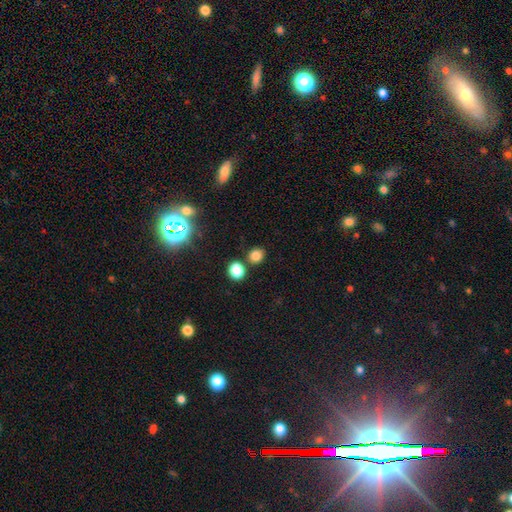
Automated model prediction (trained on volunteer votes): smooth-or-featured: smooth: 80% | star or artifact: 15% | featured or disk: 5%
  how-rounded: round: 74% | in between: 24% | cigar-shaped: 1%
  merging: none: 76% | merger: 13% | minor disturbance: 9% | major disturbance: 3%